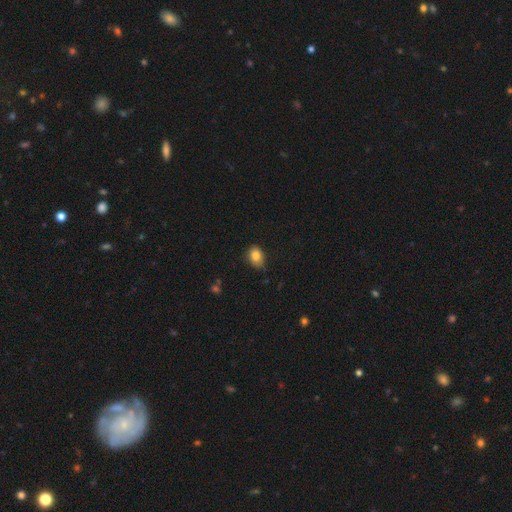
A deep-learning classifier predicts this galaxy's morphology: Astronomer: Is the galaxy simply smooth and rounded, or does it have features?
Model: smooth — 83%.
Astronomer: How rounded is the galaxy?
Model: in between — 71%.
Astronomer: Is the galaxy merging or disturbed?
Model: none — 74%.